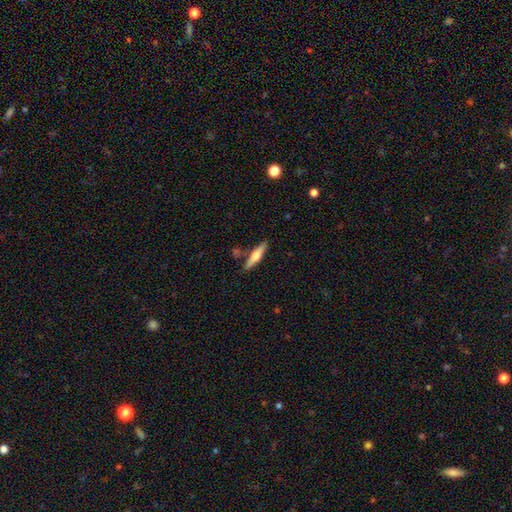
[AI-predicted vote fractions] This is possibly a featured or disk galaxy (47%, tied with smooth). Merging: clearly none (80%).